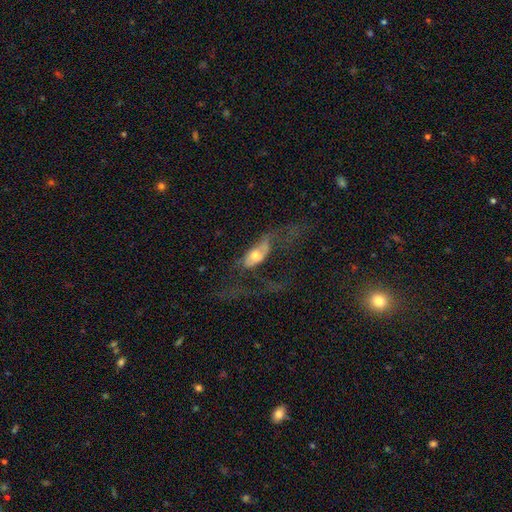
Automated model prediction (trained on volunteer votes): Smooth or featured?
  - featured or disk: 48% *
  - smooth: 44%
  - star or artifact: 8%
Merging?
  - major disturbance: 60% *
  - none: 21%
  - minor disturbance: 14%
  - merger: 6%